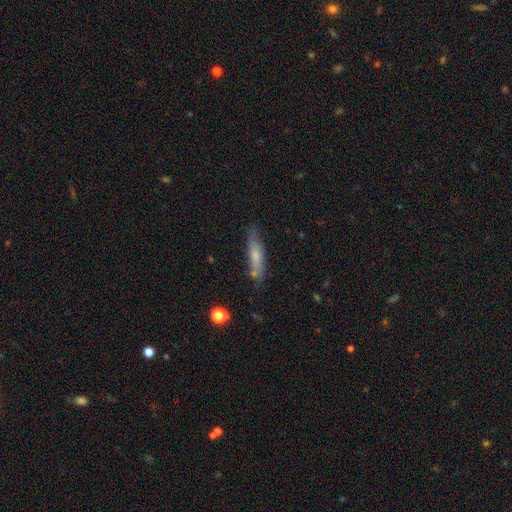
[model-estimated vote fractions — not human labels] This is likely a smooth galaxy (63%). How rounded: likely cigar-shaped (74%). Merging: likely none (71%).